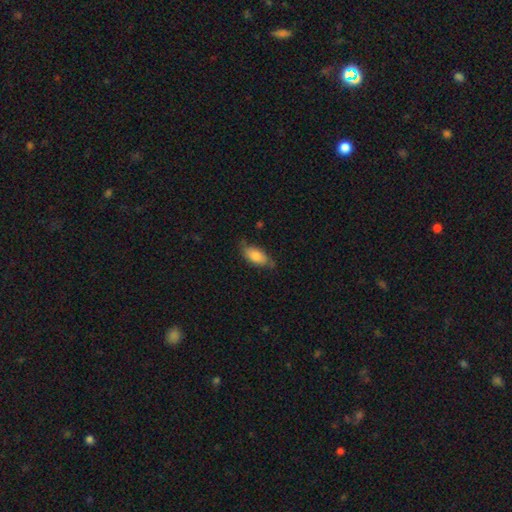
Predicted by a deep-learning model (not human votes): Smooth or featured: smooth — 78% (featured or disk — 15%)
How rounded: in between — 89% (cigar-shaped — 9%)
Merging: none — 65% (minor disturbance — 28%)